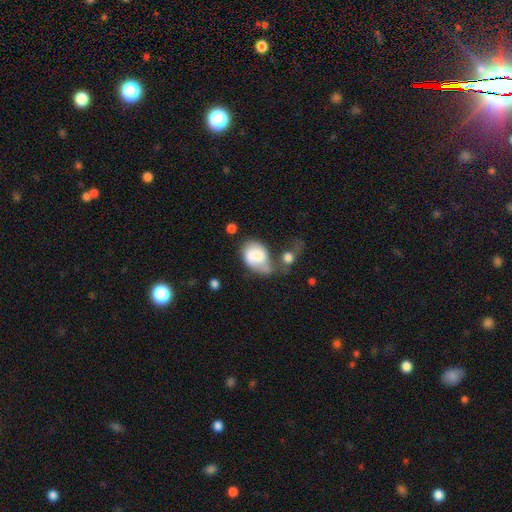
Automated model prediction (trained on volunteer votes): Smooth or featured?
  - smooth: 63% *
  - featured or disk: 29%
  - star or artifact: 8%
How rounded?
  - in between: 73% *
  - round: 26%
  - cigar-shaped: 1%
Merging?
  - merger: 31% *
  - major disturbance: 29%
  - minor disturbance: 20%
  - none: 20%